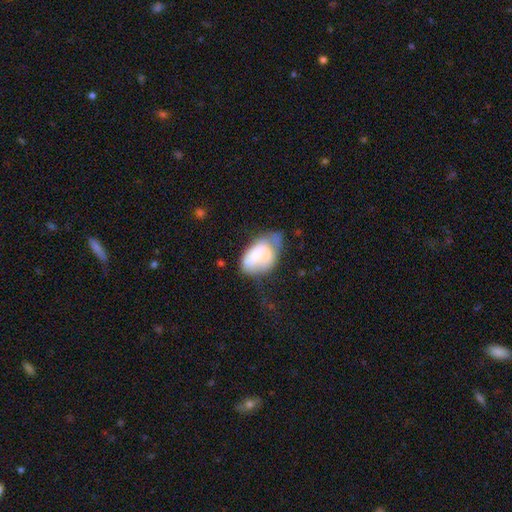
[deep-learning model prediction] This is likely a smooth galaxy (60%). How rounded: clearly in between (87%). Merging: marginally minor disturbance (35%).